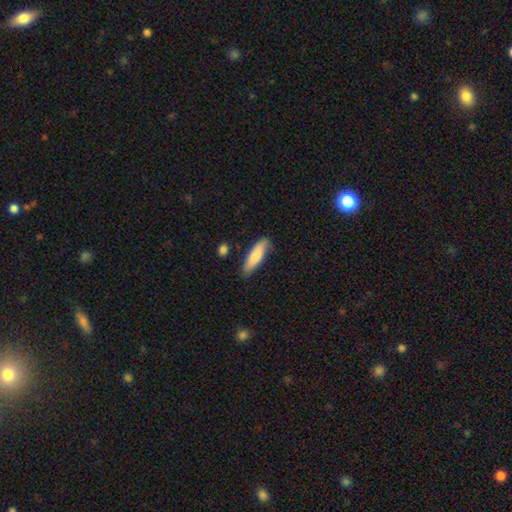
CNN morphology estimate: smooth_or_featured: smooth (p=0.79) [alt: featured or disk p=0.15]
how_rounded: cigar-shaped (p=0.64) [alt: in between p=0.35]
merging: none (p=0.81) [alt: minor disturbance p=0.14]